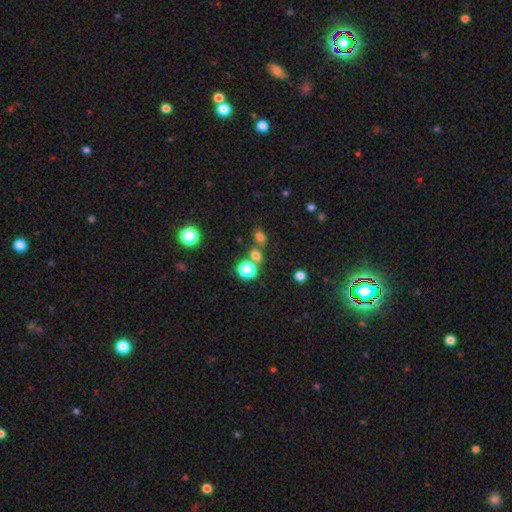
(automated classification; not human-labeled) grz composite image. It shows a smooth galaxy with no disk features (66%) that is round (72%). Merging: none (64%).